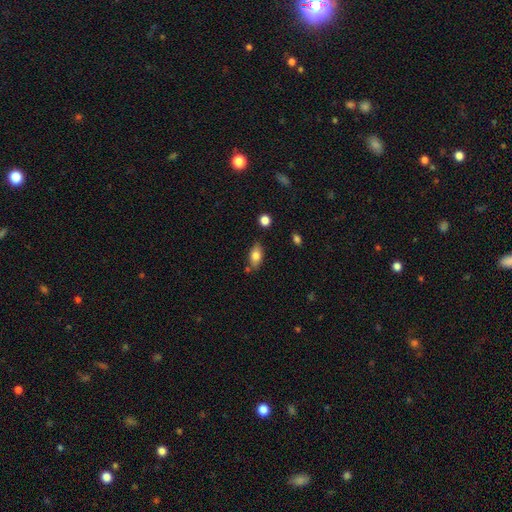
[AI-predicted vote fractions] smooth_or_featured: smooth (p=0.77) [alt: featured or disk p=0.15]
how_rounded: in between (p=0.87) [alt: cigar-shaped p=0.07]
merging: none (p=0.75) [alt: minor disturbance p=0.16]